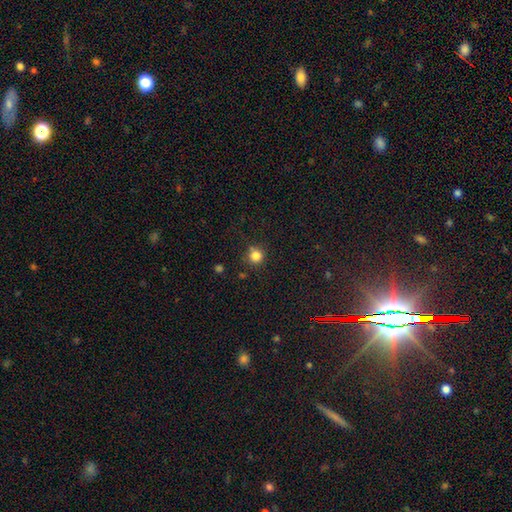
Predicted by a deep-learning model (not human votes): Smooth or featured? Predicted: smooth (p=0.82). How rounded? Predicted: round (p=0.92). Merging? Predicted: none (p=0.79).